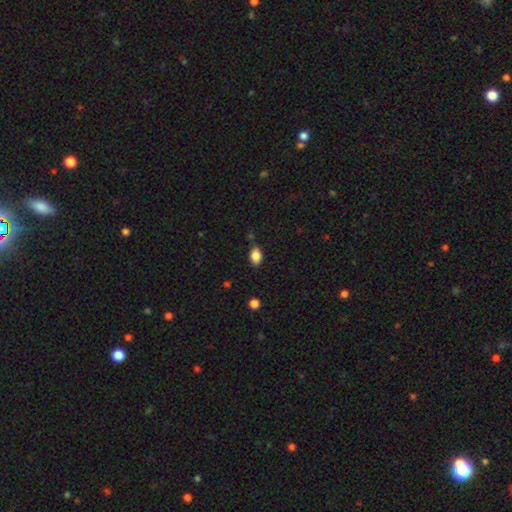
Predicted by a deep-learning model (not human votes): A smooth galaxy with no disk features (85%) that is in between round and cigar-shaped (86%).

Vote fractions:
- Smooth or featured? smooth: 85% / star or artifact: 9% / featured or disk: 6%
- How rounded? in between: 86% / round: 12% / cigar-shaped: 2%
- Merging? none: 80% / minor disturbance: 15% / major disturbance: 3% / merger: 3%